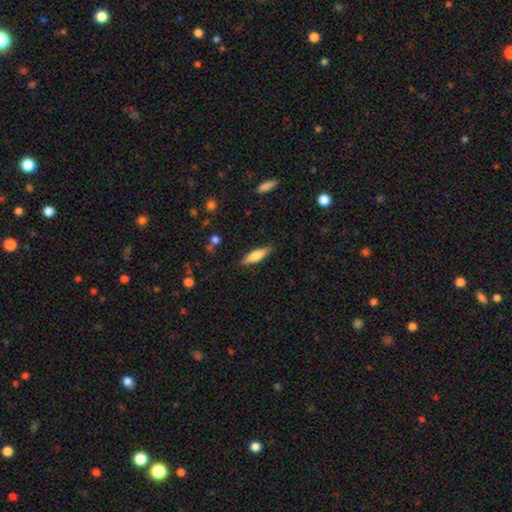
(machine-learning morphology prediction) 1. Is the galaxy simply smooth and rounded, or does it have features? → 66% smooth, 28% featured or disk, 6% star or artifact.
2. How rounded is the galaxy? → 61% cigar-shaped, 37% in between, 2% round.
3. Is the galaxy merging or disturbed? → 85% none, 11% minor disturbance, 3% major disturbance, 1% merger.